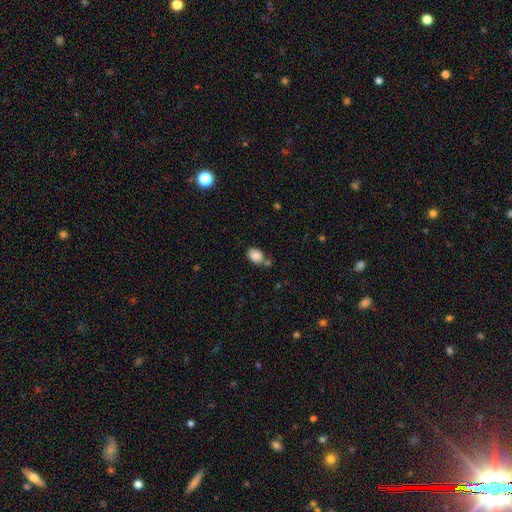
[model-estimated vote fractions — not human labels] Smooth or featured: smooth — 85% (star or artifact — 8%)
How rounded: in between — 67% (round — 32%)
Merging: none — 54% (merger — 21%)